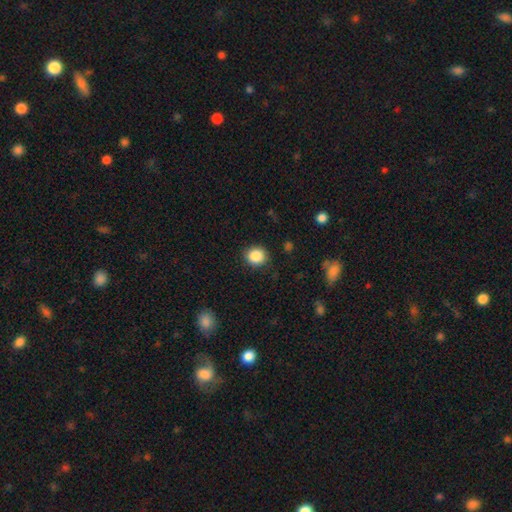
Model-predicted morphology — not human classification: smooth_or_featured: smooth (p=0.86) [alt: star or artifact p=0.10]
how_rounded: round (p=0.82) [alt: in between p=0.17]
merging: none (p=0.88) [alt: minor disturbance p=0.08]